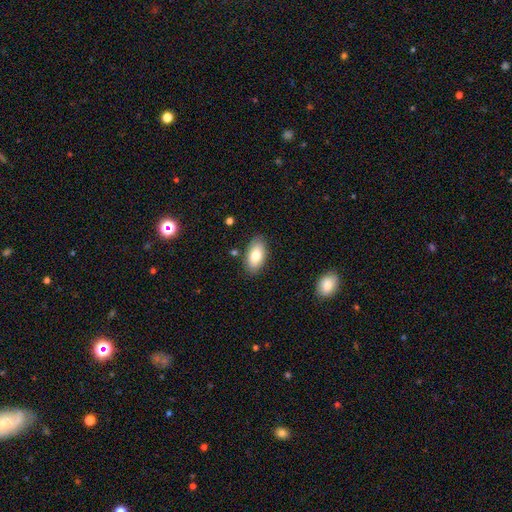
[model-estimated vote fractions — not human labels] This is likely a smooth galaxy (80%). How rounded: clearly in between (93%). Merging: clearly none (84%).